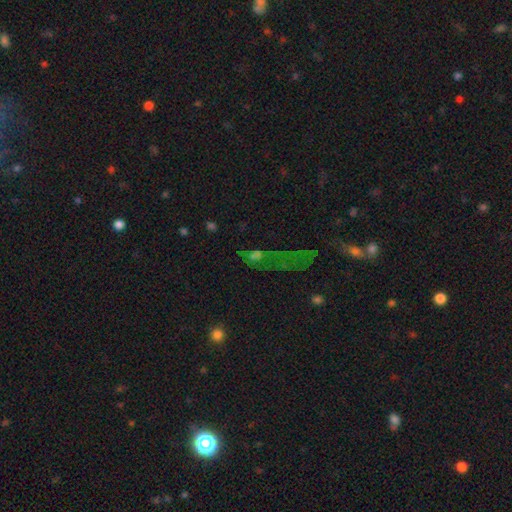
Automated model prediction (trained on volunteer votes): Smooth or featured? star or artifact (54%)